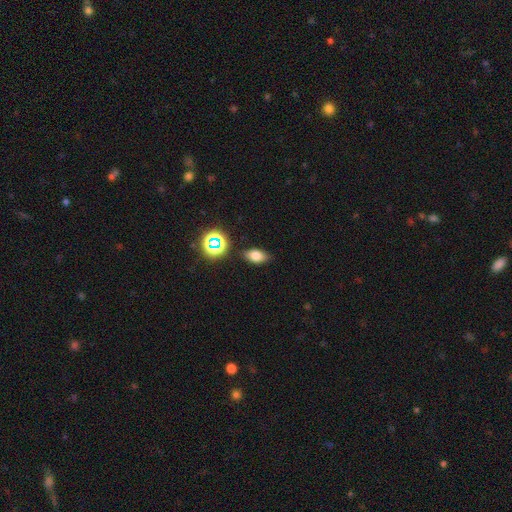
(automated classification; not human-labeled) A smooth galaxy with no disk features (73%) that is in between round and cigar-shaped (85%).

Vote fractions:
- Smooth or featured? smooth: 73% / star or artifact: 16% / featured or disk: 11%
- How rounded? in between: 85% / round: 12% / cigar-shaped: 3%
- Merging? none: 84% / minor disturbance: 11% / major disturbance: 3% / merger: 2%